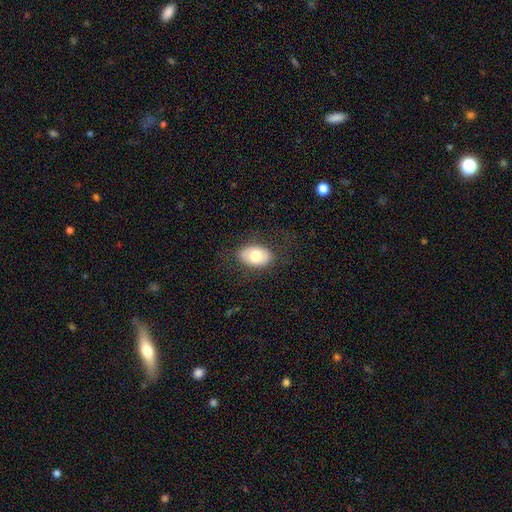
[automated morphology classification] Smooth or featured? smooth (70%)
How rounded? in between (88%)
Merging? none (81%)